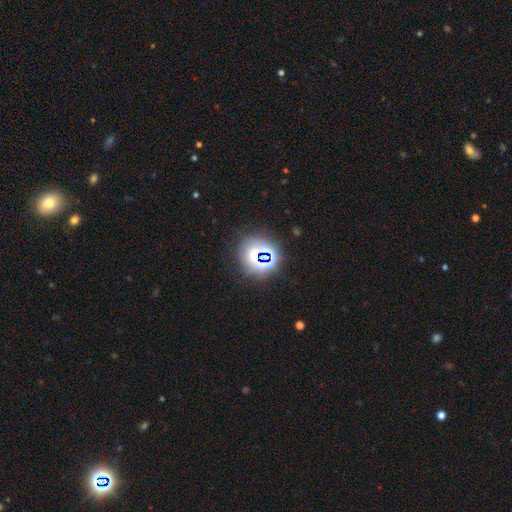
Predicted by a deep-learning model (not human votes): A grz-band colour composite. It shows a star or artifact, not a galaxy (54%).